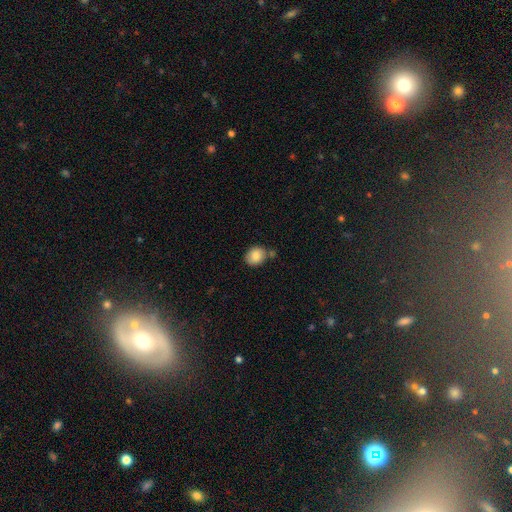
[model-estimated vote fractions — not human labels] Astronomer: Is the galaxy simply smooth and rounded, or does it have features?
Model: smooth — 84%.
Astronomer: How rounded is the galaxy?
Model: round — 57% (runner-up: in between, 42%).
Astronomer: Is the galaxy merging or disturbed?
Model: none — 67%.